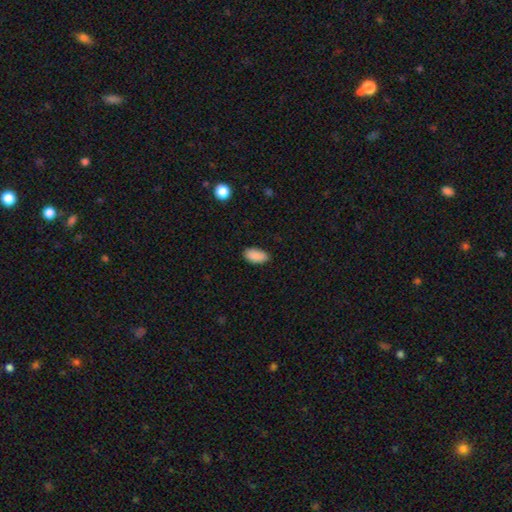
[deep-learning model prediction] Smooth or featured: smooth — 89% (star or artifact — 8%)
How rounded: in between — 93% (cigar-shaped — 4%)
Merging: none — 85% (minor disturbance — 12%)